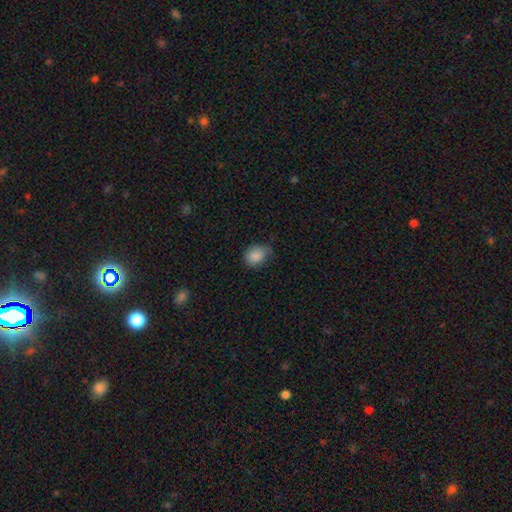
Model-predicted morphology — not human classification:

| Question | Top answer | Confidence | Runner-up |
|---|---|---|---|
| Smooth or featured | smooth | 87% | star or artifact (9%) |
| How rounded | in between | 54% | round (45%) |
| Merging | none | 55% | minor disturbance (36%) |